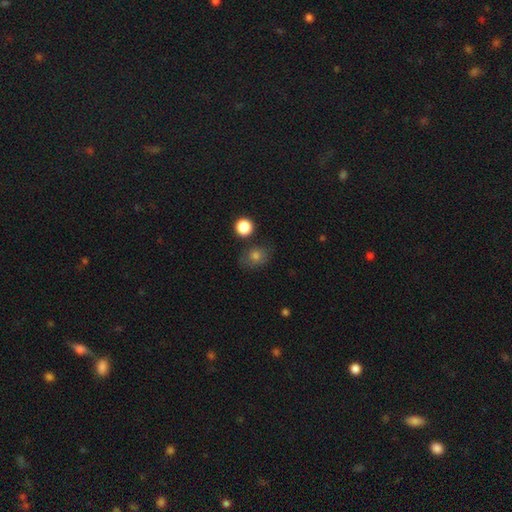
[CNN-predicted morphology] Smooth or featured?
  - smooth: 75% *
  - star or artifact: 15%
  - featured or disk: 10%
How rounded?
  - round: 57% *
  - in between: 42%
  - cigar-shaped: 1%
Merging?
  - none: 74% *
  - minor disturbance: 16%
  - merger: 5%
  - major disturbance: 5%